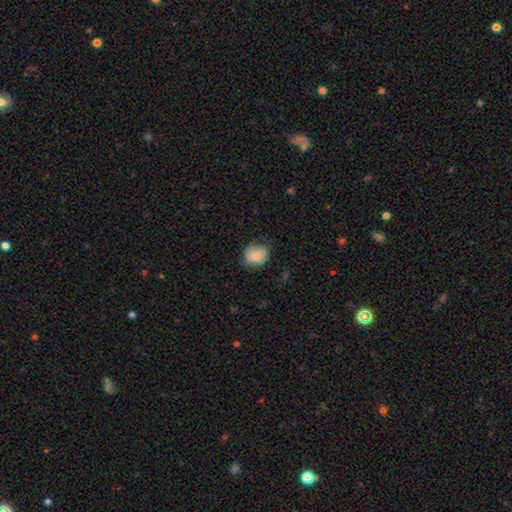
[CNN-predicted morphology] Smooth or featured: smooth — 77% (featured or disk — 15%)
How rounded: round — 69% (in between — 30%)
Merging: none — 69% (minor disturbance — 25%)